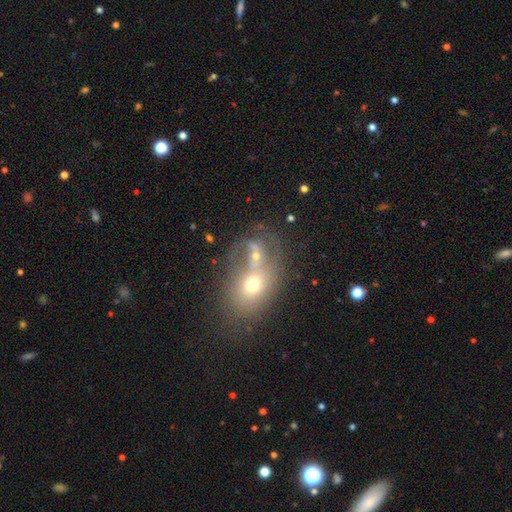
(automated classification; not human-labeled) Smooth or featured: smooth — 50% (featured or disk — 36%)
How rounded: in between — 56% (round — 42%)
Merging: merger — 66% (none — 19%)